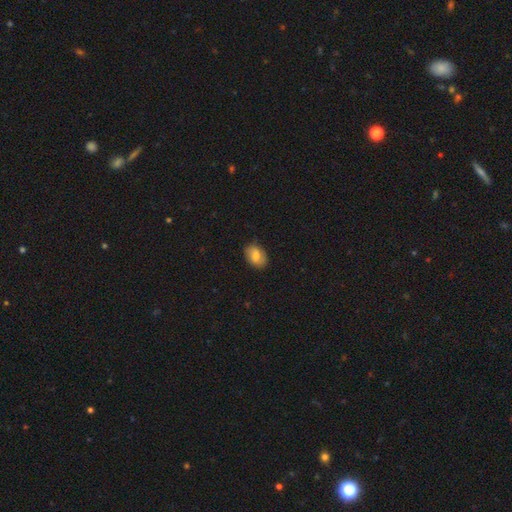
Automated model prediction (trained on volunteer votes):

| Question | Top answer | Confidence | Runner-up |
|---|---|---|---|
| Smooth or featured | smooth | 74% | featured or disk (19%) |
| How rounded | in between | 82% | round (17%) |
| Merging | none | 83% | minor disturbance (13%) |